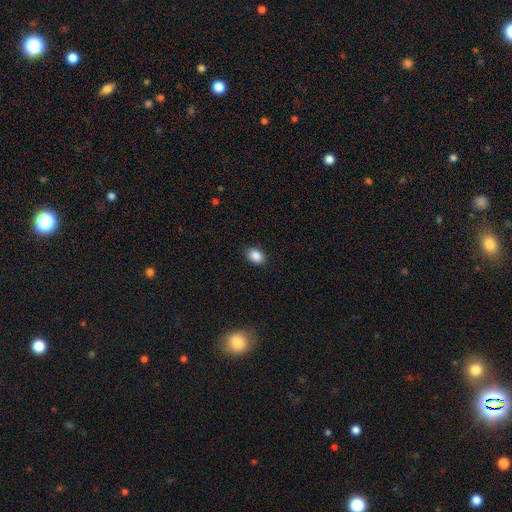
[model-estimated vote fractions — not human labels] Overall: smooth (88%). How rounded: in between (70%). Merging: none (89%).